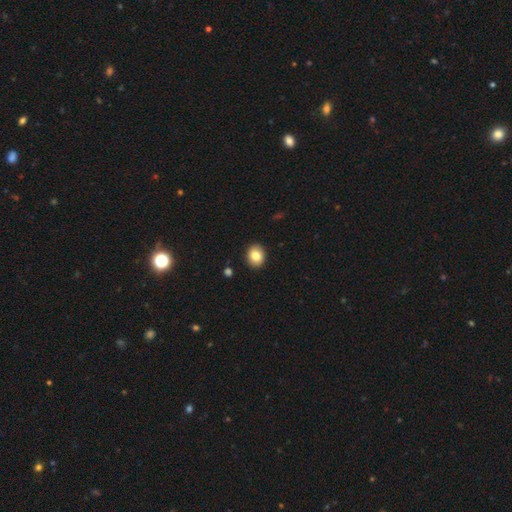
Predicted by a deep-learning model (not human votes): Smooth or featured? Predicted: smooth (p=0.83). How rounded? Predicted: round (p=0.57). Merging? Predicted: none (p=0.91).